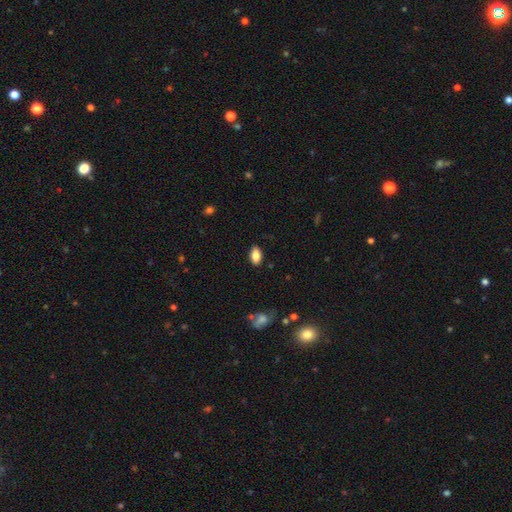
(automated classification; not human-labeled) Smooth or featured: smooth — 85% (star or artifact — 8%)
How rounded: in between — 91% (round — 5%)
Merging: none — 86% (minor disturbance — 11%)